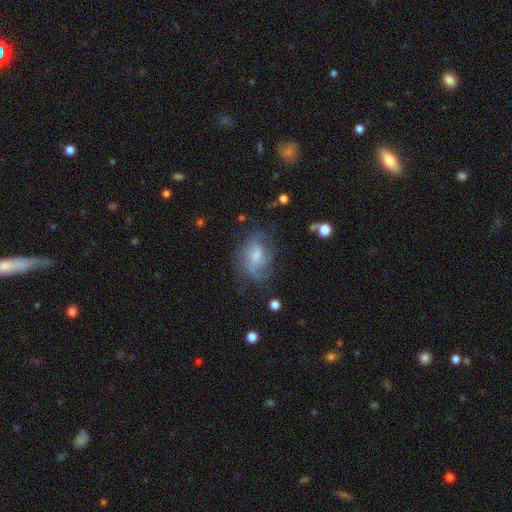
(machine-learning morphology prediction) featured or disk 68%, smooth 22%, star or artifact 10%. Down the decision tree: edge-on disk — no (96%); bar — no (54%); spiral arms — yes (88%); spiral arm count — can't tell (37%); spiral winding — medium (40%); bulge size — moderate (46%); merging — none (59%).